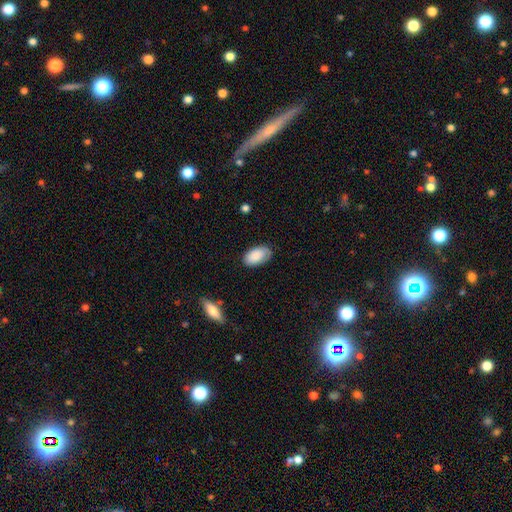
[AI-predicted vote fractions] Q: Smooth or featured?
A: smooth (84%); runner-up: featured or disk (9%)
Q: How rounded?
A: in between (95%); runner-up: round (3%)
Q: Merging?
A: none (79%); runner-up: minor disturbance (17%)